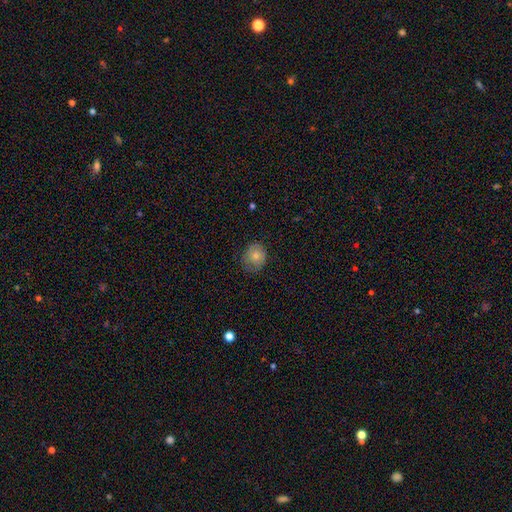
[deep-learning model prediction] This is likely a smooth galaxy (76%). How rounded: likely round (70%). Merging: likely none (67%).